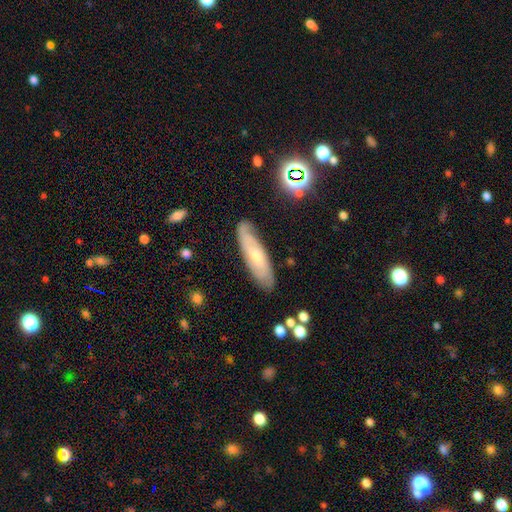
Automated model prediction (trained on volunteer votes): The model was most divided on "smooth or featured": featured or disk: 59%, smooth: 33%, star or artifact: 8%. More confident: merging — none (80%); edge-on disk — no (70%).